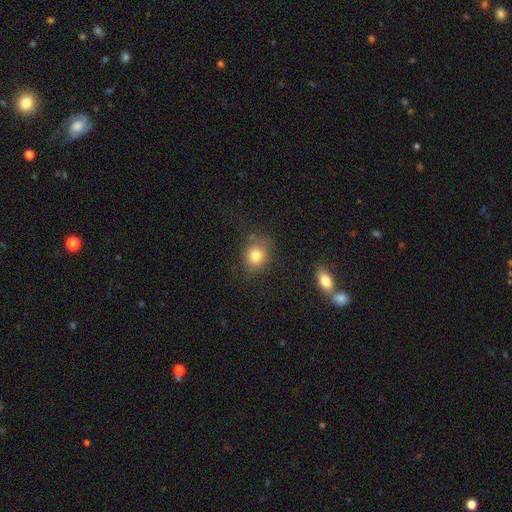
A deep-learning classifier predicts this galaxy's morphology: Smooth or featured?
  - smooth: 78% *
  - star or artifact: 12%
  - featured or disk: 9%
How rounded?
  - round: 66% *
  - in between: 33%
  - cigar-shaped: 1%
Merging?
  - none: 72% *
  - minor disturbance: 18%
  - major disturbance: 6%
  - merger: 4%